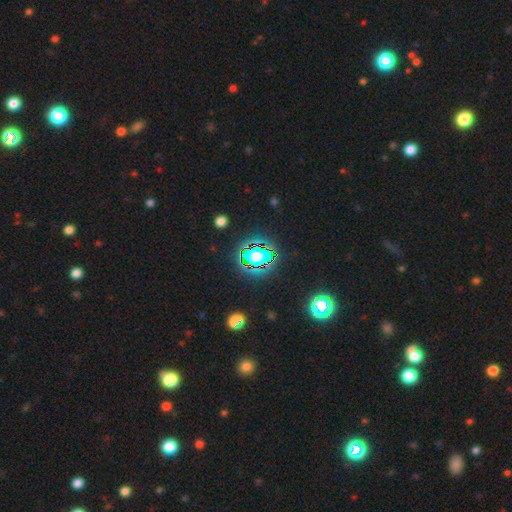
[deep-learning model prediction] Q: Smooth or featured?
A: star or artifact (63%); runner-up: smooth (24%)